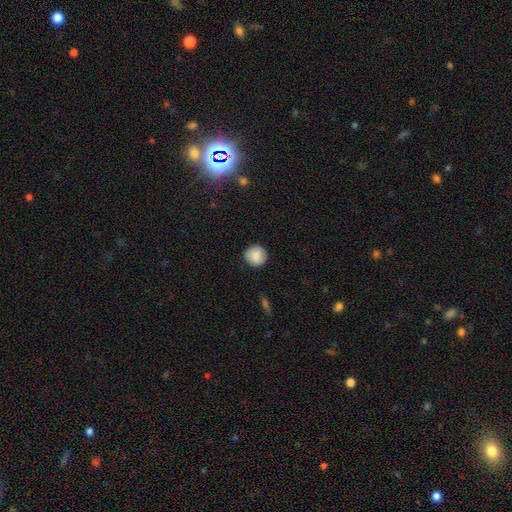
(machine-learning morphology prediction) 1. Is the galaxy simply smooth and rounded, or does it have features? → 85% smooth, 8% star or artifact, 7% featured or disk.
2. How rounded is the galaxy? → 92% round, 7% in between, 1% cigar-shaped.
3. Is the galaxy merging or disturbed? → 86% none, 10% minor disturbance, 2% major disturbance, 1% merger.